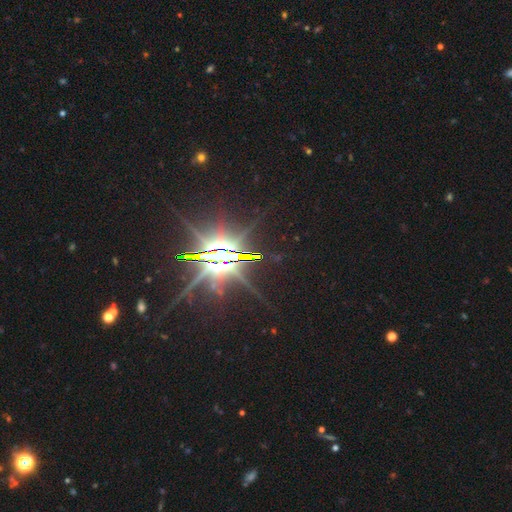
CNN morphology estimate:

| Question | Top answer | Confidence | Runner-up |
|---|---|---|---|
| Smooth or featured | star or artifact | 80% | featured or disk (15%) |